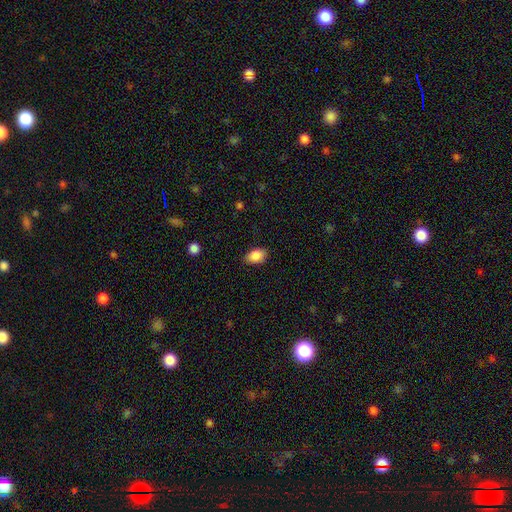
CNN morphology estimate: type=smooth (87%); roundness=in between (84%); merging=none (83%).